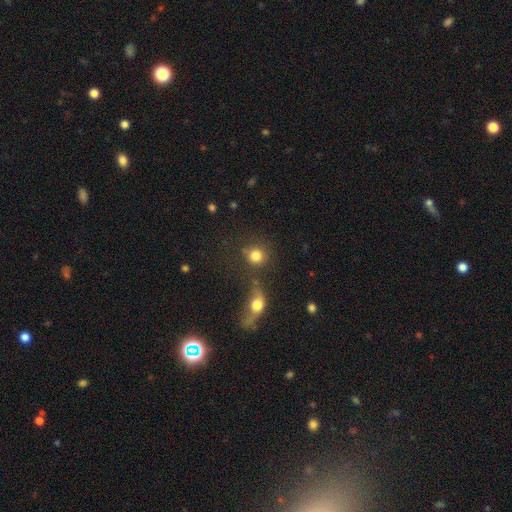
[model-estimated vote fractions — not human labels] smooth 81%, star or artifact 11%, featured or disk 7%. Down the decision tree: how rounded — round (86%); merging — none (64%).